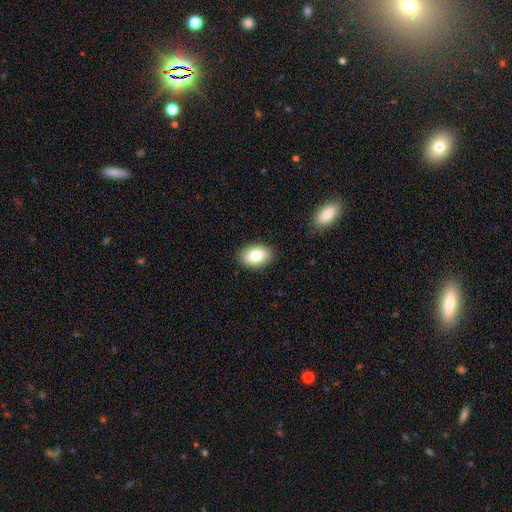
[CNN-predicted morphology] Q: Smooth or featured?
A: smooth (83%); runner-up: featured or disk (10%)
Q: How rounded?
A: in between (88%); runner-up: round (11%)
Q: Merging?
A: none (88%); runner-up: minor disturbance (9%)